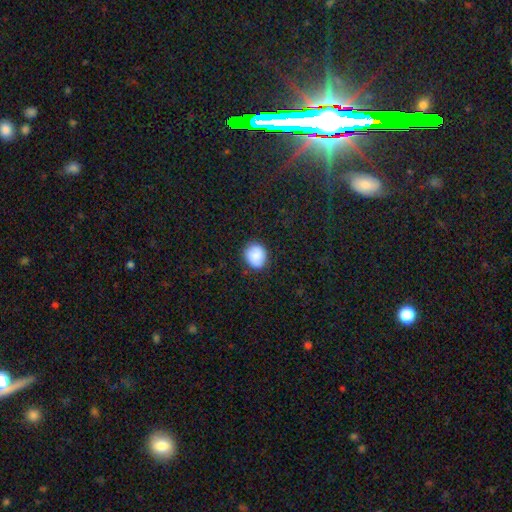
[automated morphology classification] Smooth or featured: smooth — 88% (star or artifact — 7%)
How rounded: round — 71% (in between — 28%)
Merging: none — 85% (minor disturbance — 11%)